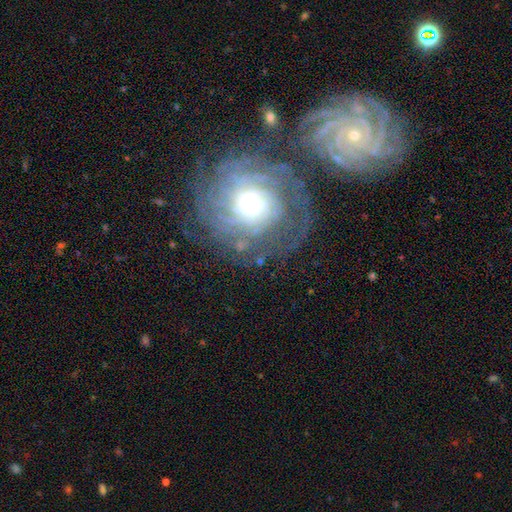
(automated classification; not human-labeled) Smooth or featured: featured or disk — 70% (smooth — 18%)
Edge-on disk: no — 95% (yes — 5%)
Bar: no — 78% (weak — 16%)
Spiral arms: yes — 88% (no — 12%)
Spiral winding: tight — 76% (medium — 19%)
Spiral arm count: can't tell — 41% (3 — 15%)
Bulge size: moderate — 44% (large — 26%)
Merging: none — 63% (merger — 17%)